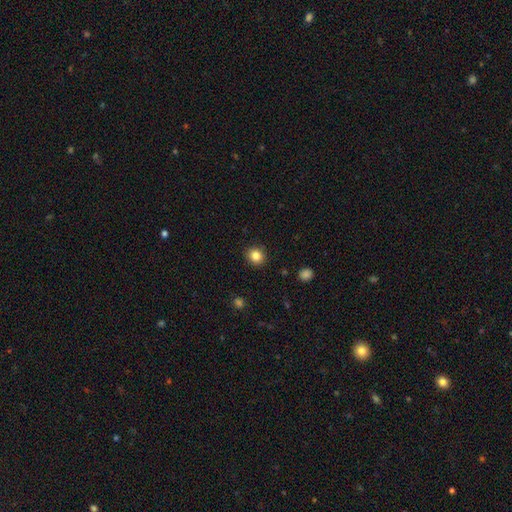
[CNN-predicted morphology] A smooth galaxy with no disk features (84%) that is round (86%).

Vote fractions:
- Smooth or featured? smooth: 84% / star or artifact: 11% / featured or disk: 5%
- How rounded? round: 86% / in between: 13% / cigar-shaped: 1%
- Merging? none: 91% / minor disturbance: 6% / major disturbance: 2% / merger: 1%